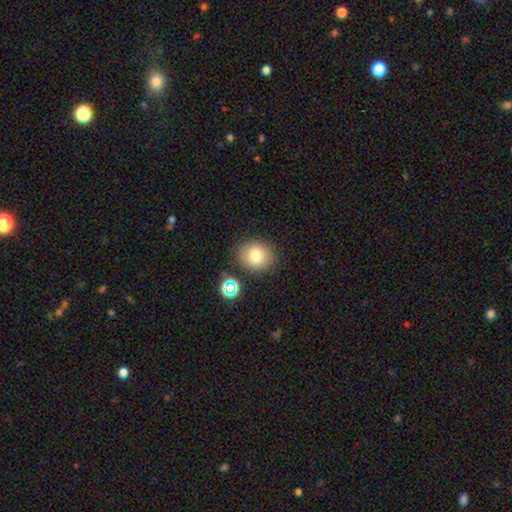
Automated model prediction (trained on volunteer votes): The model was most divided on "how rounded": round: 75%, in between: 24%, cigar-shaped: 1%. More confident: merging — none (82%); smooth or featured — smooth (77%).